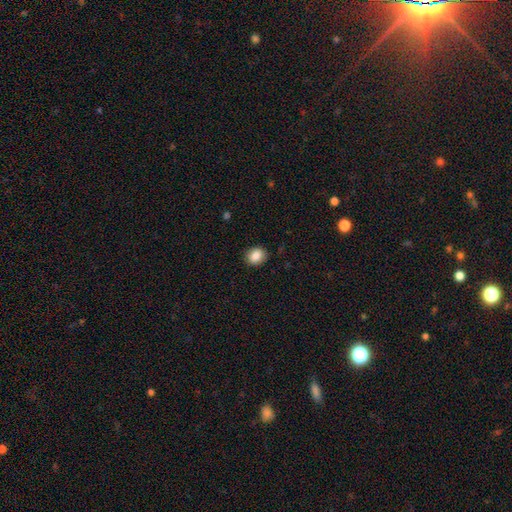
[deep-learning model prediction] Morphology: type=smooth (87%); roundness=in between (50%); merging=none (87%).